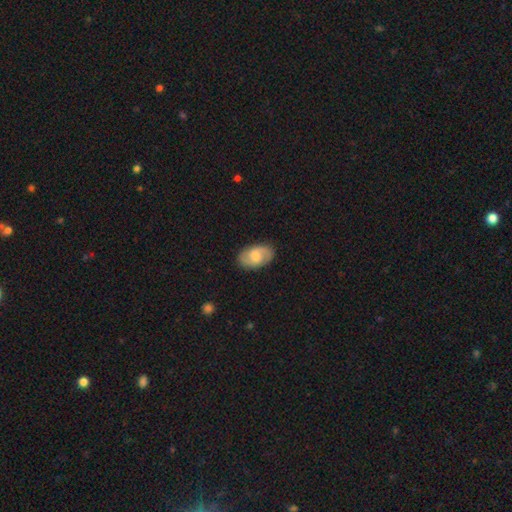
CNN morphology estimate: This is possibly a smooth galaxy (52%). How rounded: clearly in between (91%). Merging: clearly none (85%).